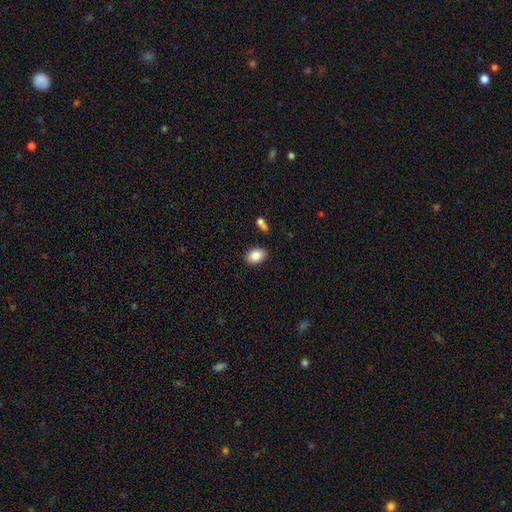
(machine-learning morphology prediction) smooth-or-featured: smooth: 86% | star or artifact: 7% | featured or disk: 7%
  how-rounded: in between: 82% | round: 16% | cigar-shaped: 1%
  merging: none: 85% | minor disturbance: 10% | merger: 3% | major disturbance: 2%